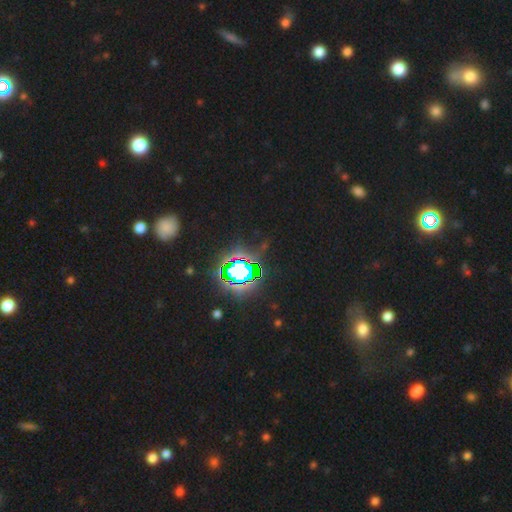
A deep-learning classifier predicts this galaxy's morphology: smooth-or-featured: star or artifact: 79% | smooth: 13% | featured or disk: 8%